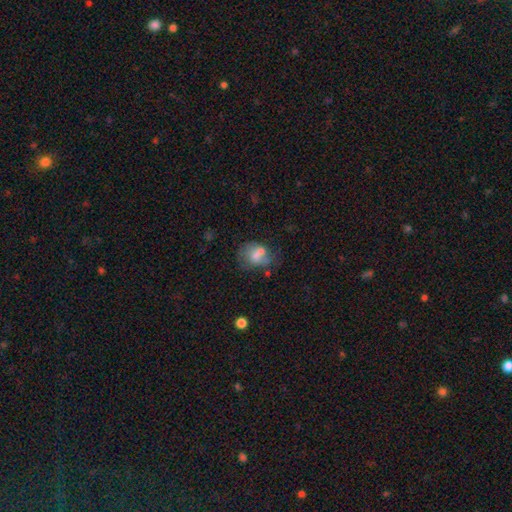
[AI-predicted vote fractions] Q: Smooth or featured?
A: smooth (57%); runner-up: featured or disk (32%)
Q: How rounded?
A: in between (54%); runner-up: round (44%)
Q: Merging?
A: none (34%); runner-up: merger (31%)